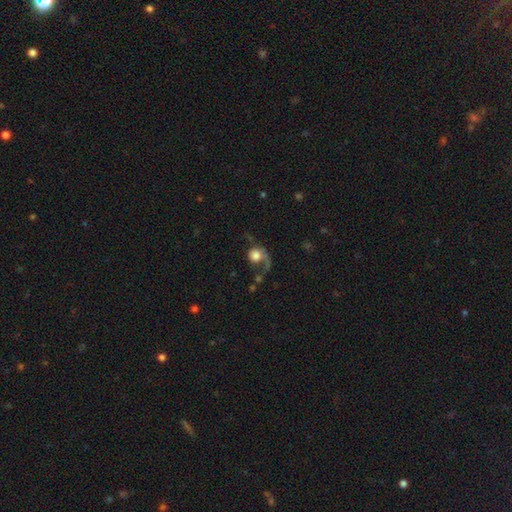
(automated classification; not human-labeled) The model was most divided on "smooth or featured": smooth: 51%, featured or disk: 39%, star or artifact: 9%. Remaining: how rounded — round (78%); merging — major disturbance (48%).